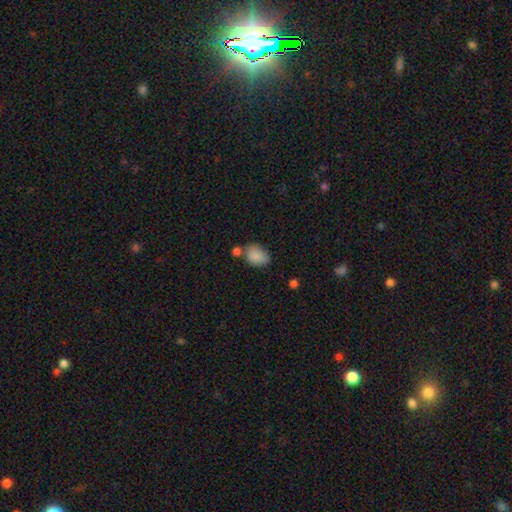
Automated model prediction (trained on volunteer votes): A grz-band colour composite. It shows a smooth galaxy with no disk features (86%) that is in between round and cigar-shaped (76%). Merging: none (54%).